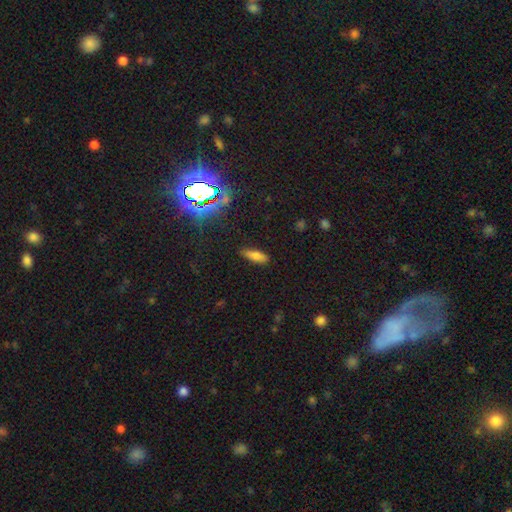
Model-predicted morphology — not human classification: This appears to be a smooth galaxy with no disk features (74%) that is in between round and cigar-shaped (55%). Merging: none (83%).